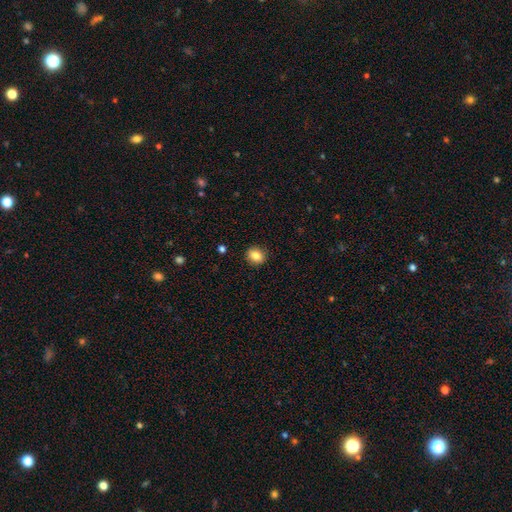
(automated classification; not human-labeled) smooth 84%, star or artifact 9%, featured or disk 7%. Down the decision tree: how rounded — round (61%); merging — none (90%).